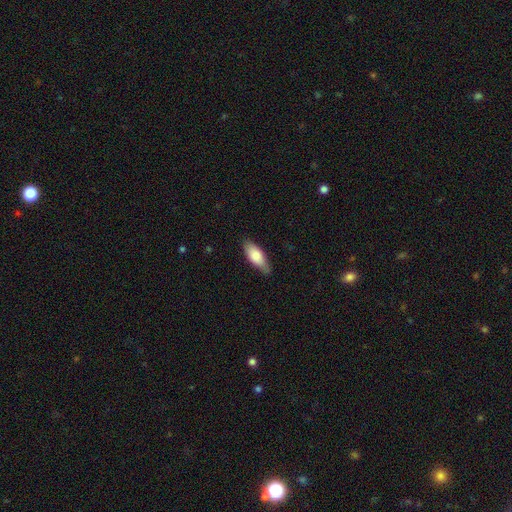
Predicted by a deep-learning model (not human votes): Q: Smooth or featured?
A: smooth (79%); runner-up: featured or disk (15%)
Q: How rounded?
A: in between (77%); runner-up: cigar-shaped (21%)
Q: Merging?
A: none (74%); runner-up: minor disturbance (21%)